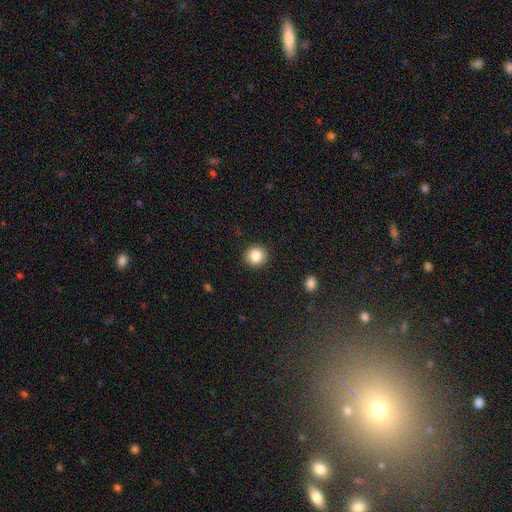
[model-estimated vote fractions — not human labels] This is clearly a smooth galaxy (85%). How rounded: clearly round (89%). Merging: clearly none (91%).